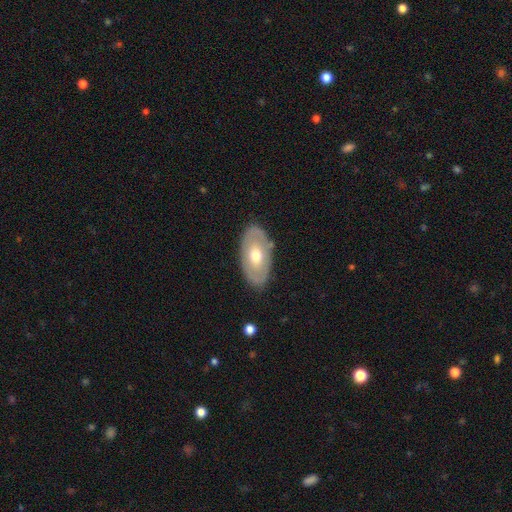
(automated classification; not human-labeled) Smooth or featured? featured or disk (50%)
Edge-on disk? no (87%)
Merging? none (81%)